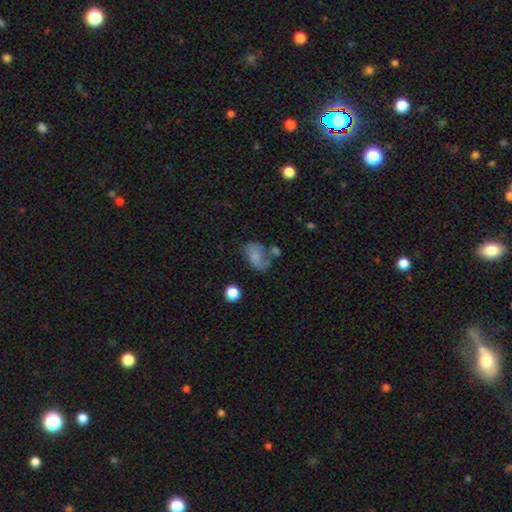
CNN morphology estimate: Smooth or featured? Predicted: smooth (p=0.62). How rounded? Predicted: in between (p=0.82). Merging? Predicted: none (p=0.34).